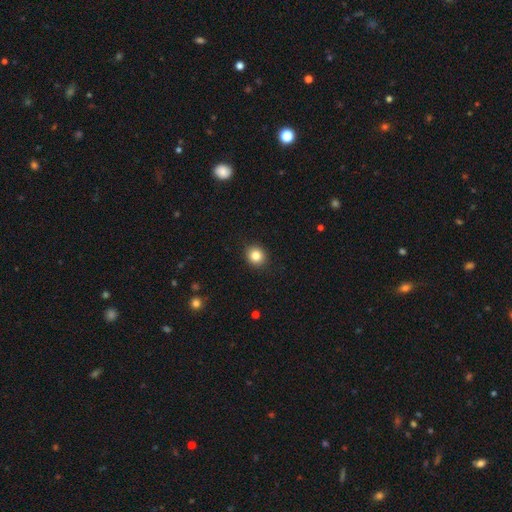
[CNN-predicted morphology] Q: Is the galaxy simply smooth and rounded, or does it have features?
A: smooth — 84%.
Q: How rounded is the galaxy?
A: round — 83%.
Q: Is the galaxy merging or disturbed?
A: none — 91%.